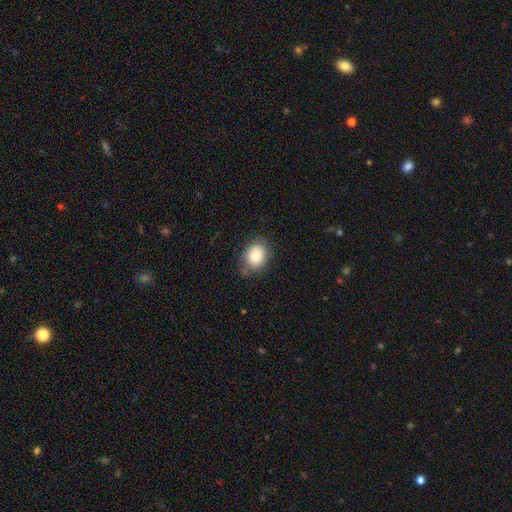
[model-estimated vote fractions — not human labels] Smooth or featured: smooth — 85% (star or artifact — 8%)
How rounded: in between — 56% (round — 43%)
Merging: none — 75% (minor disturbance — 19%)